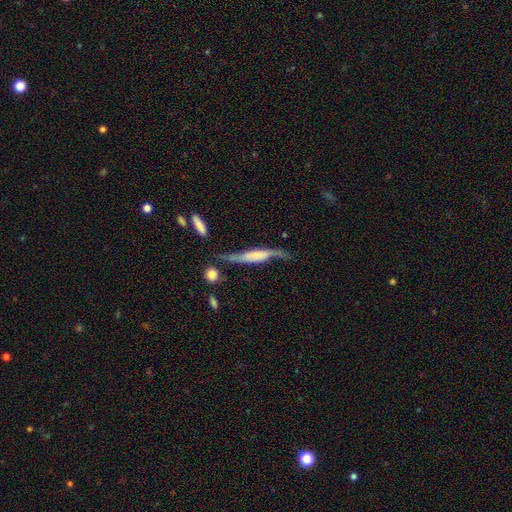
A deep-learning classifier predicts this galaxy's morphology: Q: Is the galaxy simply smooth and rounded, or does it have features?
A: featured or disk — 69%.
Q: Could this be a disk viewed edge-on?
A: yes — 61%.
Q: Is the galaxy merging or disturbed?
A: none — 52%.